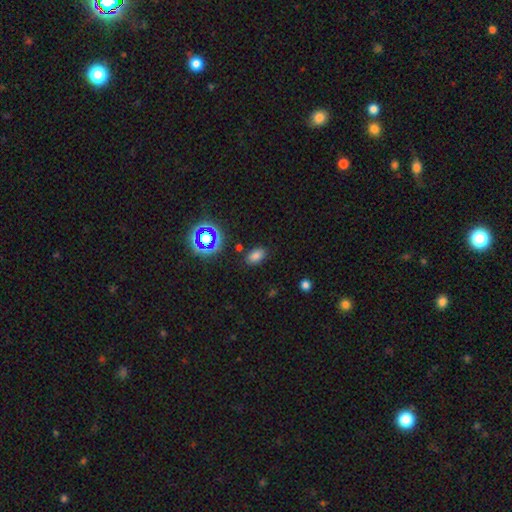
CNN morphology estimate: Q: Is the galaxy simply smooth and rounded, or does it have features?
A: smooth — 74%.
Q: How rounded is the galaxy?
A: in between — 88%.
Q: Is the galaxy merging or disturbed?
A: none — 84%.